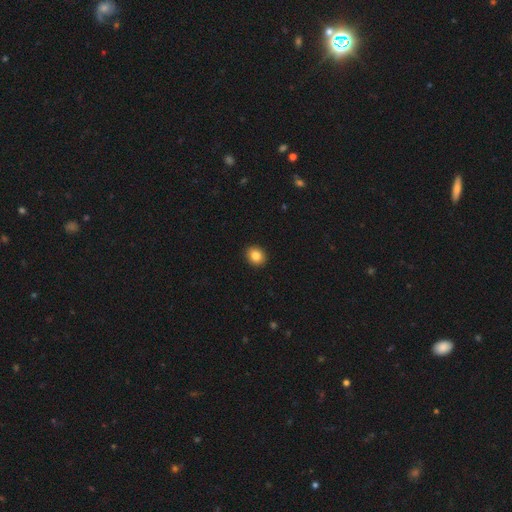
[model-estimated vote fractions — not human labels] This is clearly a smooth galaxy (85%). How rounded: likely round (68%). Merging: clearly none (92%).